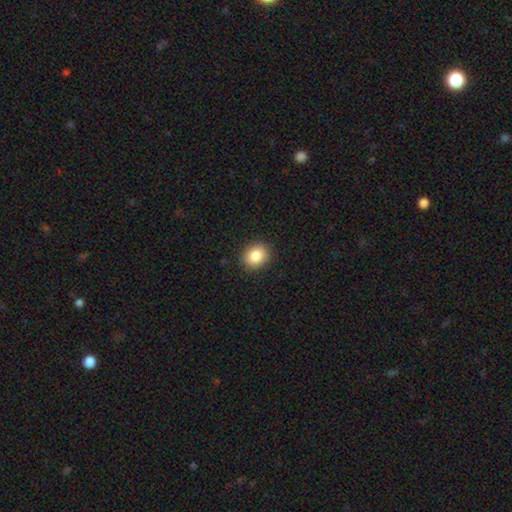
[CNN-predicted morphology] Q: Smooth or featured?
A: smooth (85%); runner-up: star or artifact (9%)
Q: How rounded?
A: round (60%); runner-up: in between (39%)
Q: Merging?
A: none (91%); runner-up: minor disturbance (7%)